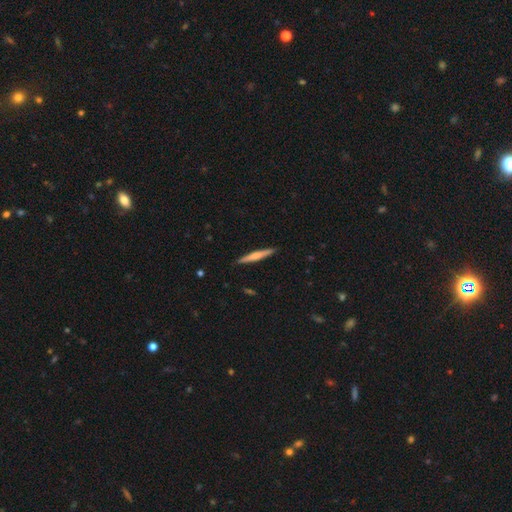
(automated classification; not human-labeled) Morphology: type=smooth (52%); roundness=cigar-shaped (95%); merging=none (91%).